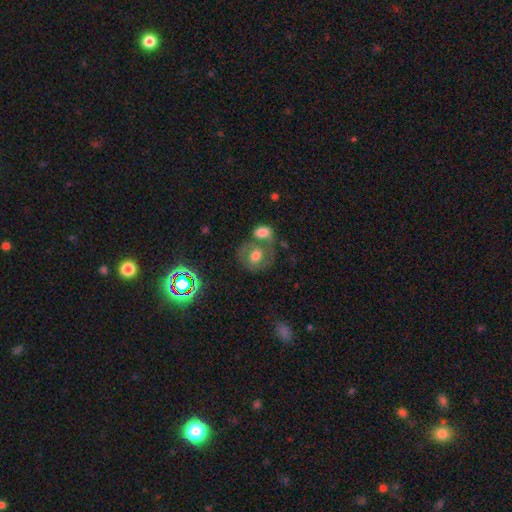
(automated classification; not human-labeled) A featured or disk galaxy (47%).

Vote fractions:
- Smooth or featured? featured or disk: 47% / smooth: 42% / star or artifact: 11%
- Merging? none: 43% / merger: 36% / minor disturbance: 13% / major disturbance: 9%